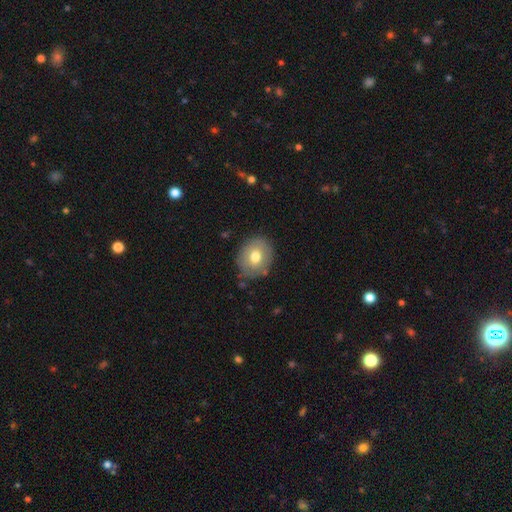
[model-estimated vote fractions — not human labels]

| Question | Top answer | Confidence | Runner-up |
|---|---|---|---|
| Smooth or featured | smooth | 69% | featured or disk (23%) |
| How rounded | round | 66% | in between (33%) |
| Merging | none | 81% | minor disturbance (13%) |